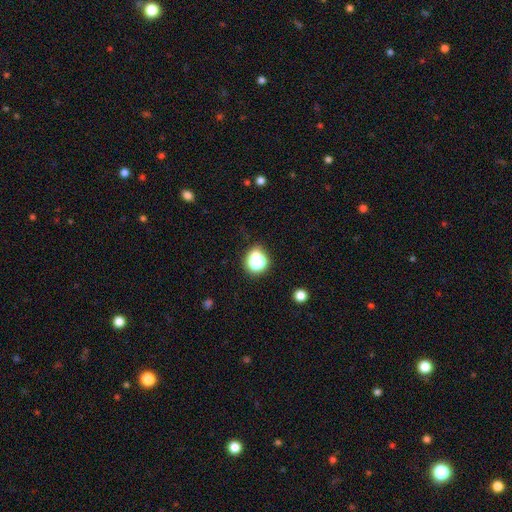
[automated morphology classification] This is likely a smooth galaxy (63%). How rounded: likely round (78%). Merging: likely none (75%).